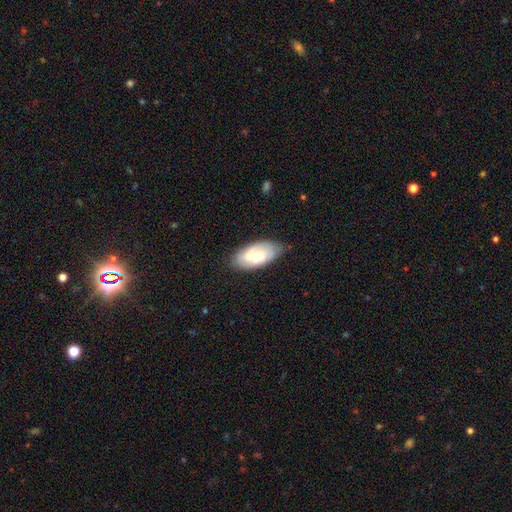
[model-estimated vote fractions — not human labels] Smooth or featured: smooth — 51% (featured or disk — 43%)
How rounded: in between — 91% (cigar-shaped — 5%)
Merging: none — 77% (minor disturbance — 18%)